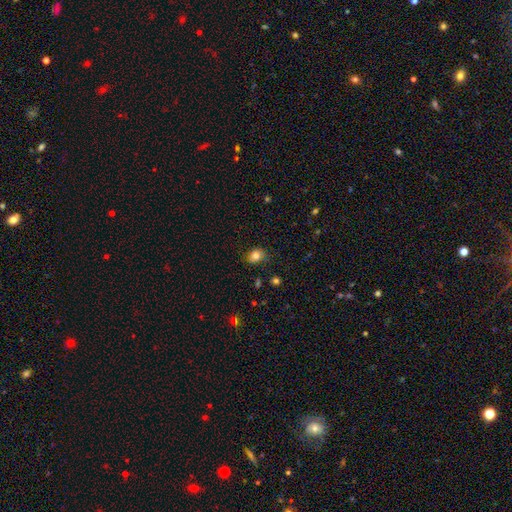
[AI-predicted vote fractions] A smooth galaxy with no disk features (81%) that is round (52%). Merging: none (79%).